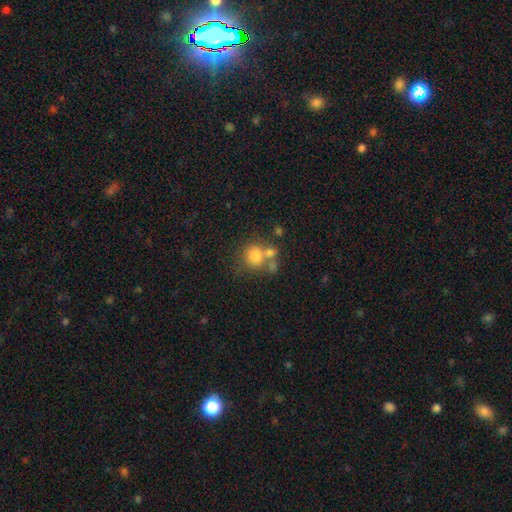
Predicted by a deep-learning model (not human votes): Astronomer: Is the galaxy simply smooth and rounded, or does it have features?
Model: smooth — 75%.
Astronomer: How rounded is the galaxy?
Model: round — 77%.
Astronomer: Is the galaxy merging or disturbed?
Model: none — 43% (runner-up: merger, 39%).